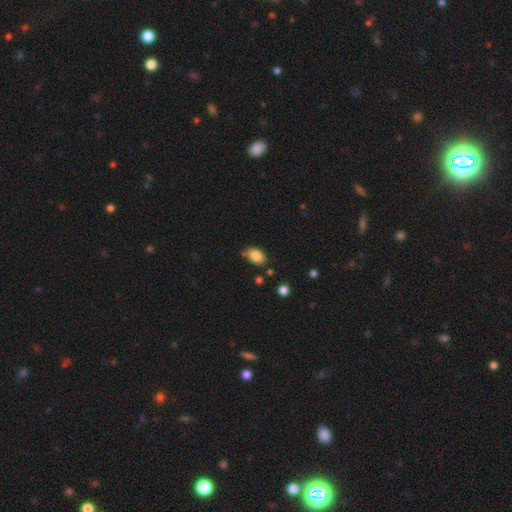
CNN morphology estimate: Q: Smooth or featured?
A: smooth (86%); runner-up: star or artifact (8%)
Q: How rounded?
A: in between (88%); runner-up: round (11%)
Q: Merging?
A: none (70%); runner-up: minor disturbance (20%)